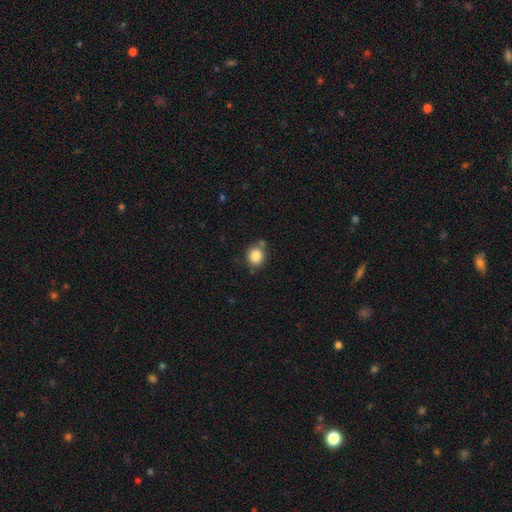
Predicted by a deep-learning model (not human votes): smooth-or-featured: smooth: 84% | star or artifact: 10% | featured or disk: 6%
  how-rounded: round: 81% | in between: 18% | cigar-shaped: 1%
  merging: none: 72% | minor disturbance: 14% | merger: 10% | major disturbance: 4%